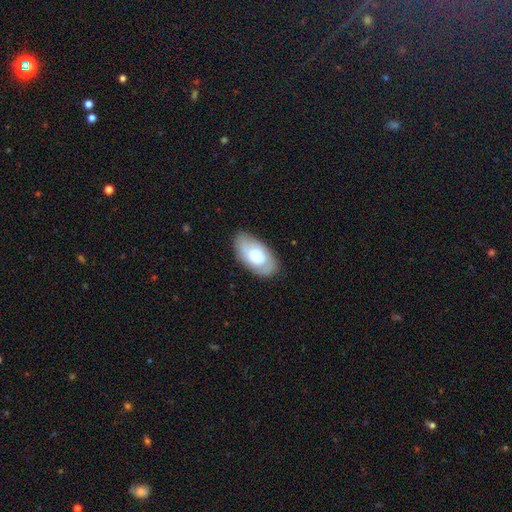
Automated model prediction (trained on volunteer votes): smooth 63%, featured or disk 31%, star or artifact 6%. Down the decision tree: how rounded — in between (94%); merging — none (76%).